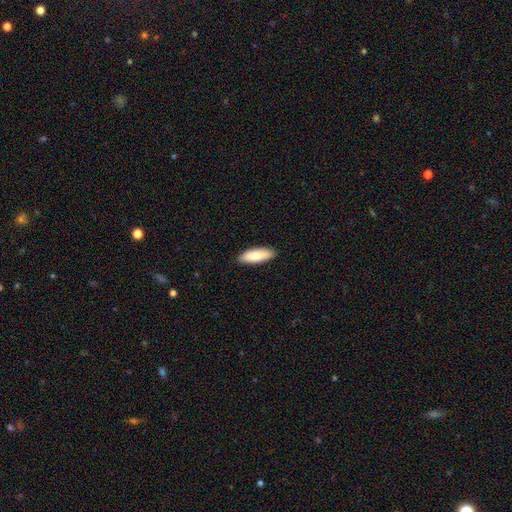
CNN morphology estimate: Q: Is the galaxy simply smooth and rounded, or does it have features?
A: smooth — 84%.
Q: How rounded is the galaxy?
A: in between — 60%.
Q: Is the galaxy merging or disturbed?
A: none — 90%.